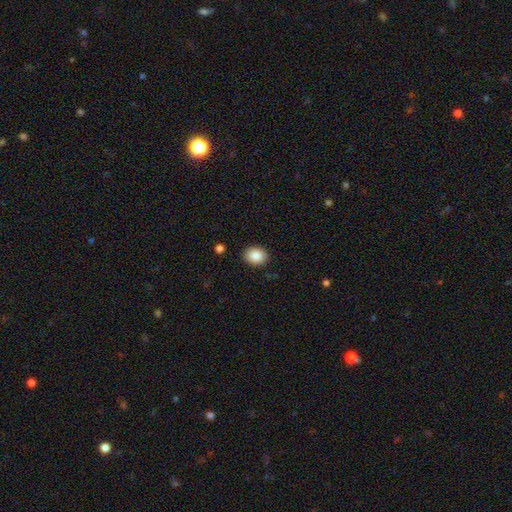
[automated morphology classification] Overall: smooth (87%). How rounded: in between (53%; round 46%). Merging: none (89%).